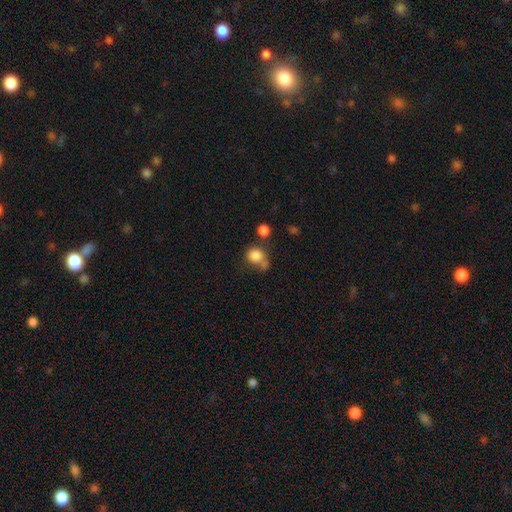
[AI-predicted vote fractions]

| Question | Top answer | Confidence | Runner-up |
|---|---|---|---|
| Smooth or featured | smooth | 82% | star or artifact (10%) |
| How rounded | round | 76% | in between (23%) |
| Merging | none | 45% | merger (25%) |